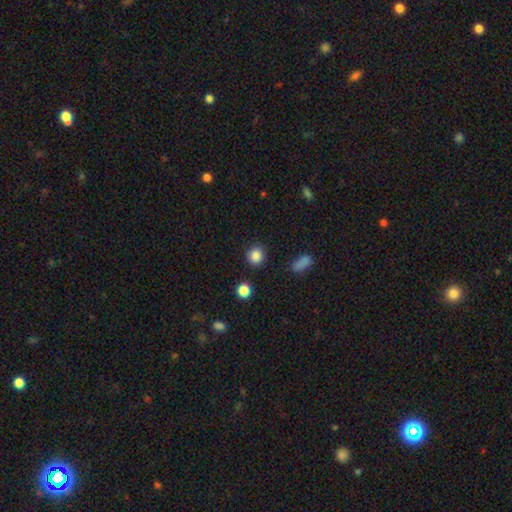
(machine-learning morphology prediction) Smooth or featured? smooth (86%)
How rounded? round (85%)
Merging? none (86%)